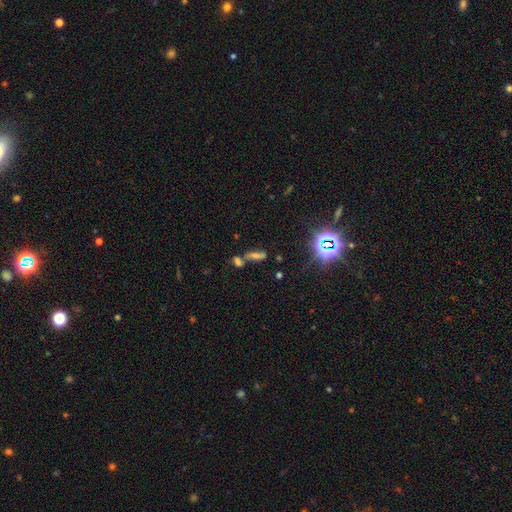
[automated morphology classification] smooth 38% (tied), star or artifact 38% (tied), featured or disk 23%. Down the decision tree: merging — none (42%).